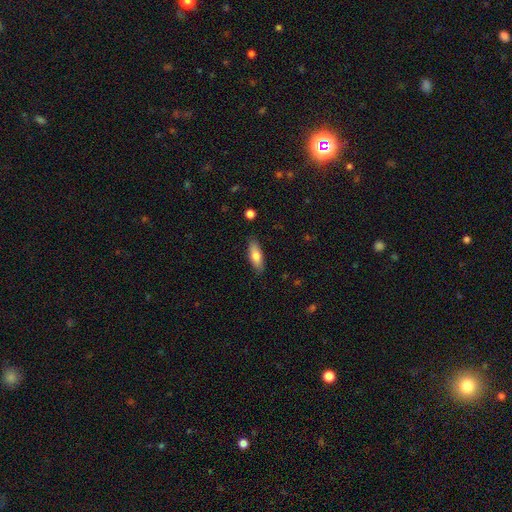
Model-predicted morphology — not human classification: Overall: smooth (74%). How rounded: in between (64%; cigar-shaped 34%). Merging: none (86%).